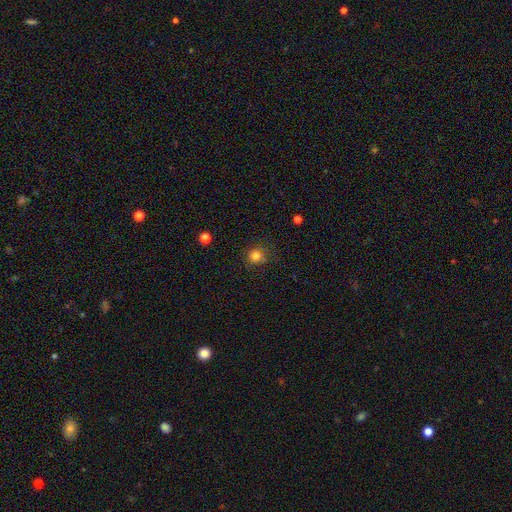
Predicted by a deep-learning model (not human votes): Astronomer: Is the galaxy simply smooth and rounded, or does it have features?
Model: smooth — 80%.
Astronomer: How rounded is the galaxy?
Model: round — 89%.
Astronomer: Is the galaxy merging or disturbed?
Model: none — 82%.